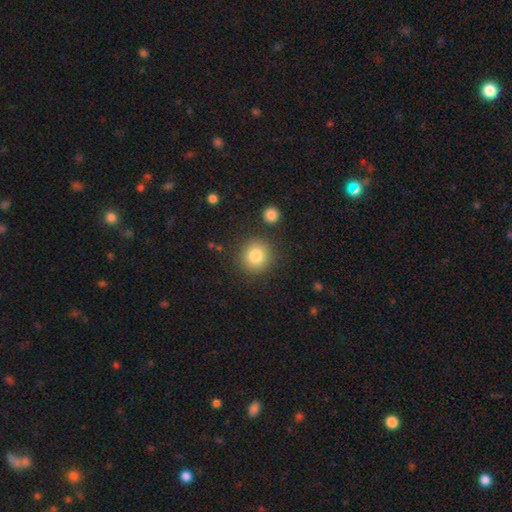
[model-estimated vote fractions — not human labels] Overall: smooth (83%). How rounded: round (91%). Merging: none (86%).